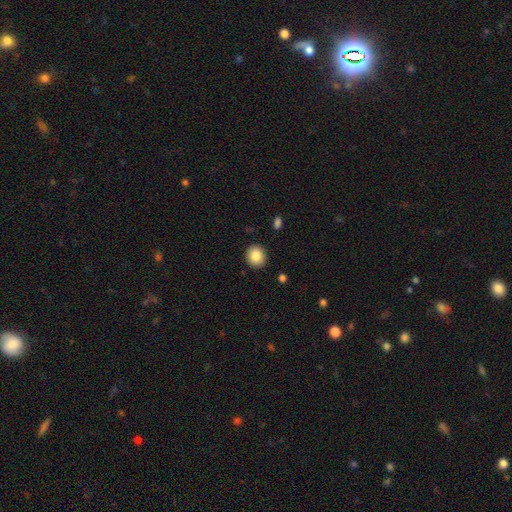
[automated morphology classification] This is clearly a smooth galaxy (87%). How rounded: likely round (79%). Merging: clearly none (90%).